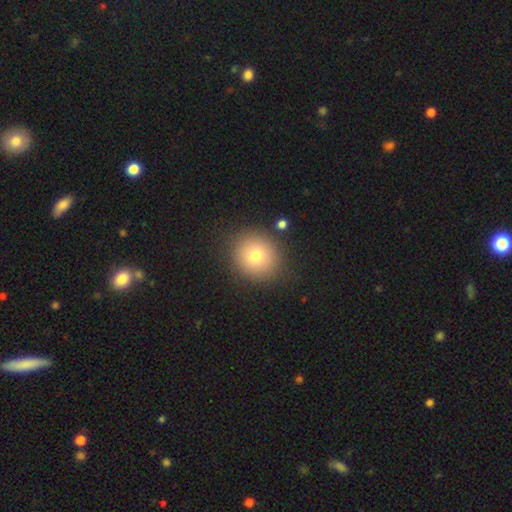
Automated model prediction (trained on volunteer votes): smooth-or-featured: smooth: 76% | featured or disk: 12% | star or artifact: 12%
  how-rounded: round: 90% | in between: 9% | cigar-shaped: 1%
  merging: none: 86% | minor disturbance: 8% | major disturbance: 3% | merger: 3%